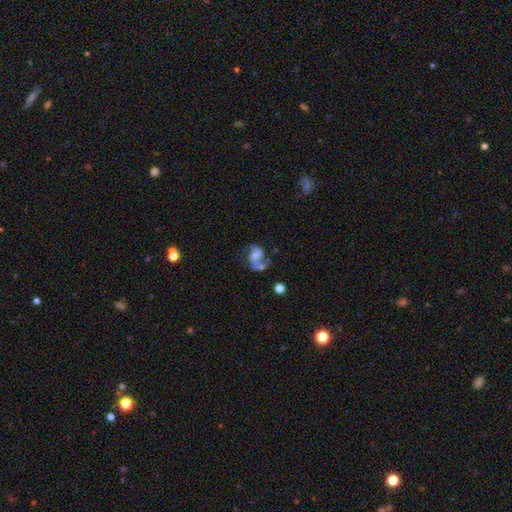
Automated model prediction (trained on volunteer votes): Smooth or featured? featured or disk (63%)
Edge-on disk? no (98%)
Bar? no (53%)
Spiral arms? yes (78%)
Bulge size? none (47%)
Merging? none (31%)